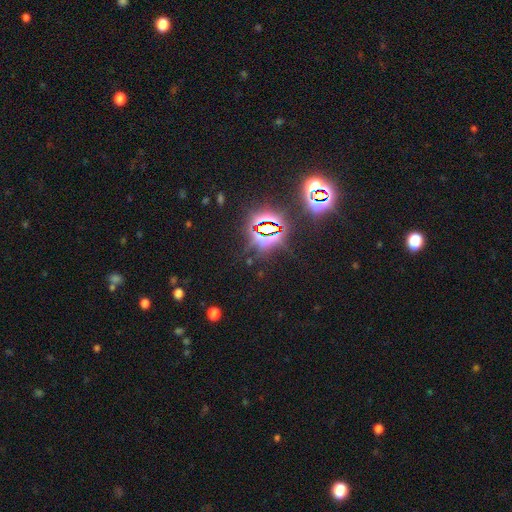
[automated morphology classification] smooth_or_featured: star or artifact (p=0.82) [alt: smooth p=0.11]